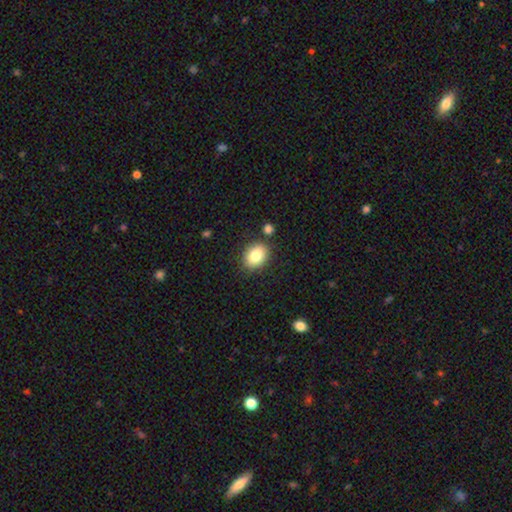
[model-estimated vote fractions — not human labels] smooth_or_featured: smooth (p=0.83) [alt: featured or disk p=0.09]
how_rounded: in between (p=0.64) [alt: round p=0.35]
merging: none (p=0.80) [alt: minor disturbance p=0.11]